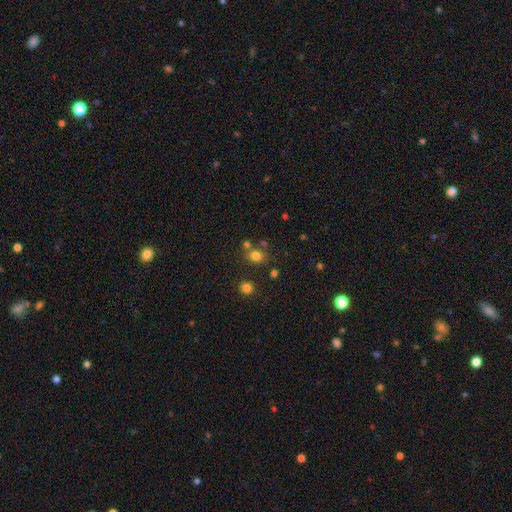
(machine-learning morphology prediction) Smooth or featured? smooth (76%)
How rounded? round (70%)
Merging? none (67%)